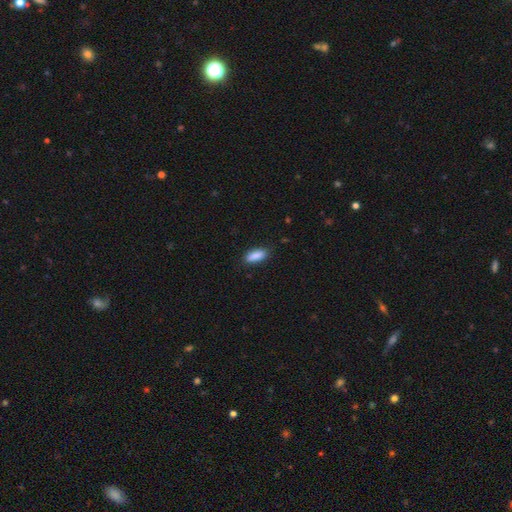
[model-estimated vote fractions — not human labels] Smooth or featured: smooth — 88% (star or artifact — 7%)
How rounded: in between — 74% (cigar-shaped — 24%)
Merging: none — 85% (minor disturbance — 12%)